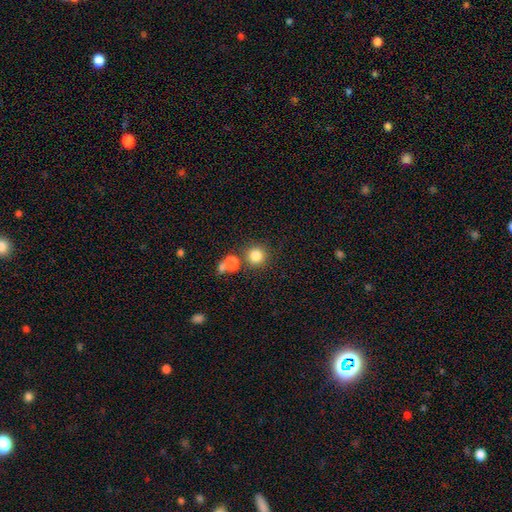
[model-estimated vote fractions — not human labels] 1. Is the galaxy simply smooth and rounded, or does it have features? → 82% smooth, 13% star or artifact, 6% featured or disk.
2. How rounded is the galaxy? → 93% round, 6% in between, 1% cigar-shaped.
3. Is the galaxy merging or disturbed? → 76% none, 13% merger, 8% minor disturbance, 3% major disturbance.